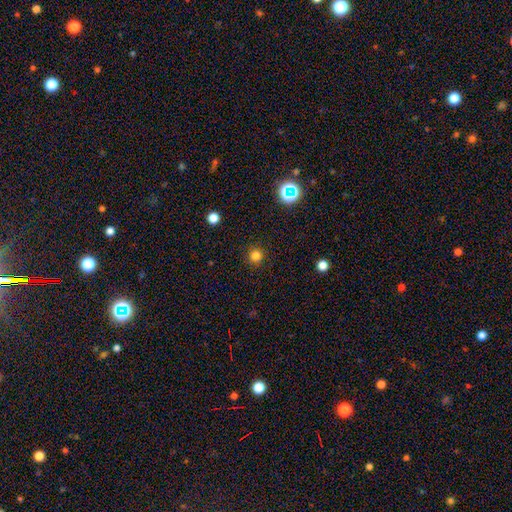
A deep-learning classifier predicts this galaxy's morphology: smooth 79%, star or artifact 16%, featured or disk 4%. Down the decision tree: how rounded — round (95%); merging — none (91%).